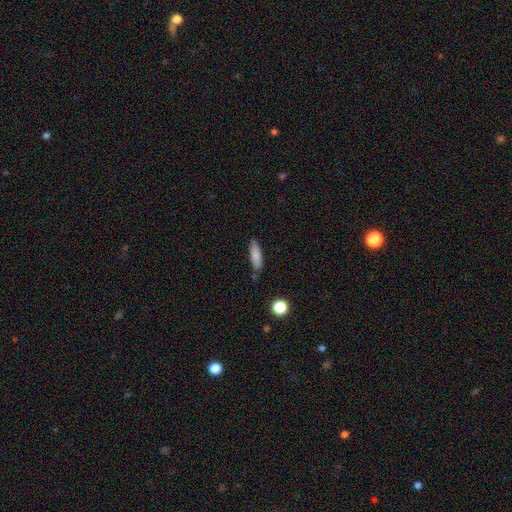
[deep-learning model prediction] Smooth or featured: smooth — 83% (featured or disk — 10%)
How rounded: cigar-shaped — 57% (in between — 40%)
Merging: none — 74% (minor disturbance — 17%)